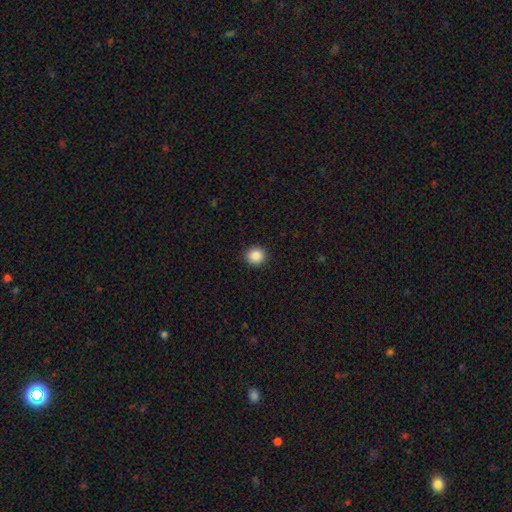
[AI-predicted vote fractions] Smooth or featured: smooth — 88% (star or artifact — 9%)
How rounded: round — 88% (in between — 11%)
Merging: none — 92% (minor disturbance — 6%)